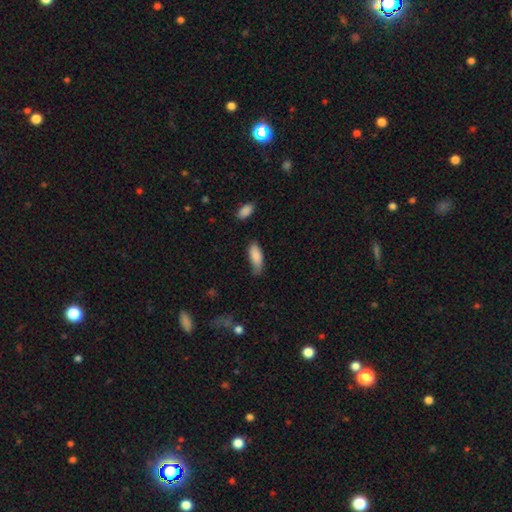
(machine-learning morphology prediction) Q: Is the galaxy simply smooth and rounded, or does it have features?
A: smooth — 86%.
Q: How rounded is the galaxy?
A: in between — 79%.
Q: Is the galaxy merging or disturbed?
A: none — 54%.